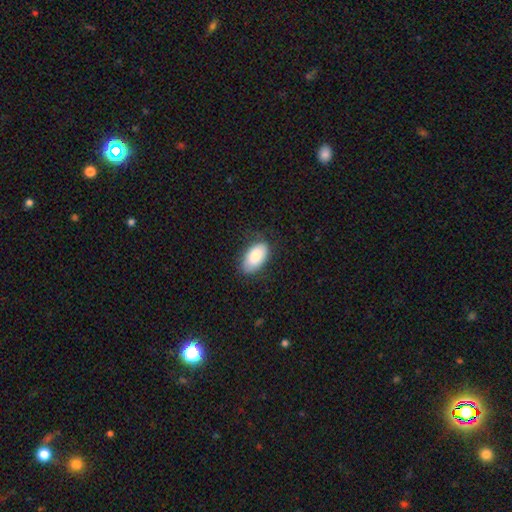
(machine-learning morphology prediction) smooth 83%, featured or disk 11%, star or artifact 6%. Down the decision tree: how rounded — in between (95%); merging — none (76%).